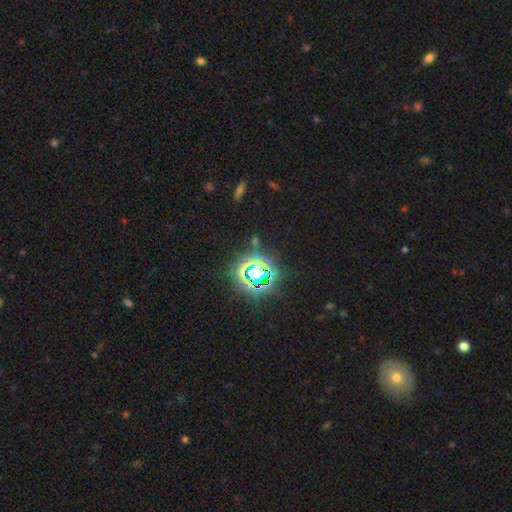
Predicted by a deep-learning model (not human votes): Morphology: type=star or artifact (82%).